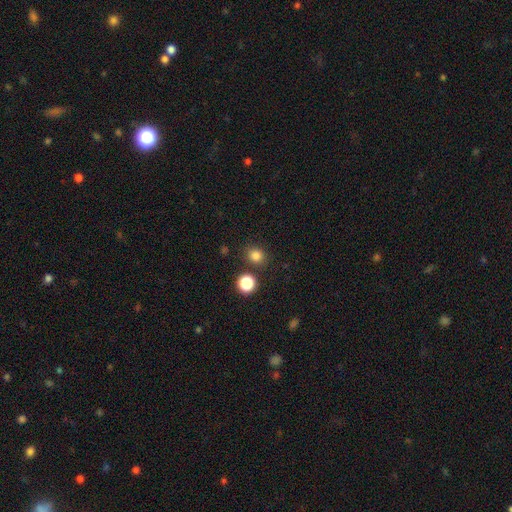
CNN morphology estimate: type=smooth (81%); roundness=round (80%); merging=none (82%).